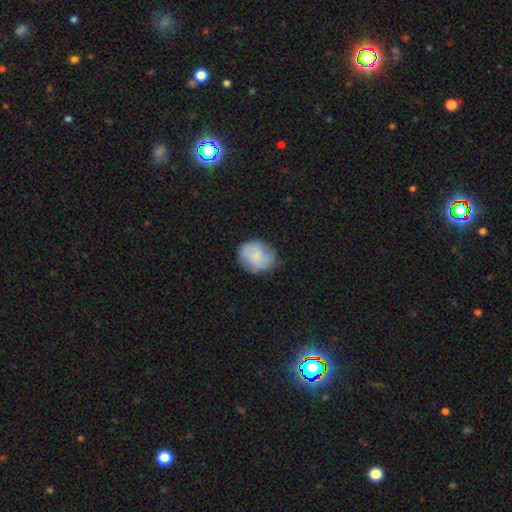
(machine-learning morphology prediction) This appears to be a smooth galaxy with no disk features (62%) that is round (54%). Merging: none (73%).